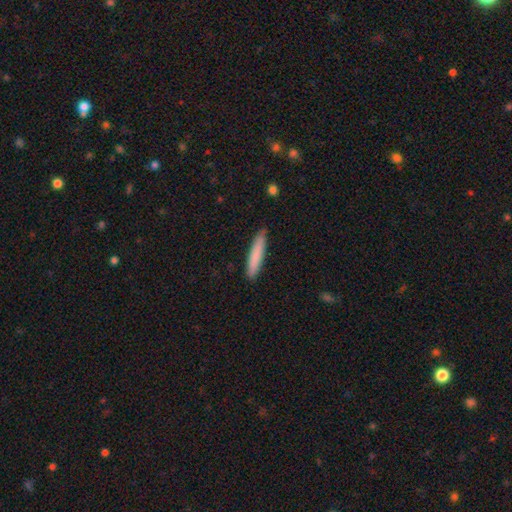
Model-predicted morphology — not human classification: The model was most divided on "smooth or featured": smooth: 82%, featured or disk: 12%, star or artifact: 6%. More confident: how rounded — cigar-shaped (92%); merging — none (86%).